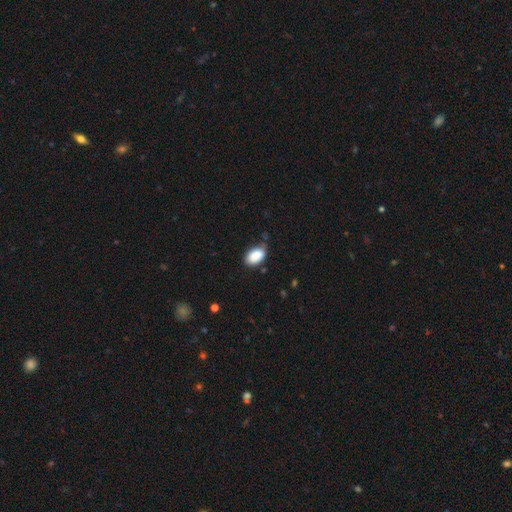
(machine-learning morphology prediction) A smooth galaxy with no disk features (89%) that is in between round and cigar-shaped (92%).

Vote fractions:
- Smooth or featured? smooth: 89% / star or artifact: 7% / featured or disk: 4%
- How rounded? in between: 92% / round: 7% / cigar-shaped: 1%
- Merging? none: 67% / minor disturbance: 25% / major disturbance: 5% / merger: 3%